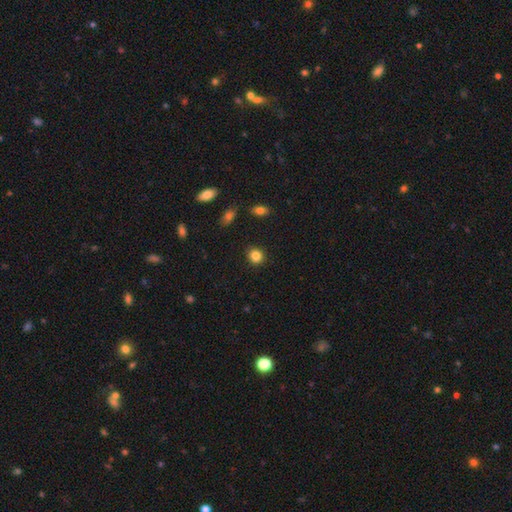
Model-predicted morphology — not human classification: This appears to be a smooth galaxy with no disk features (85%) that is round (80%). Merging: none (89%).